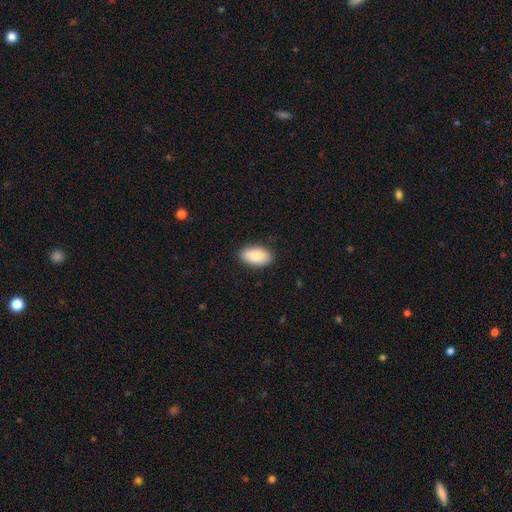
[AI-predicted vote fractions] A smooth galaxy with no disk features (87%) that is in between round and cigar-shaped (94%). Merging: none (87%).